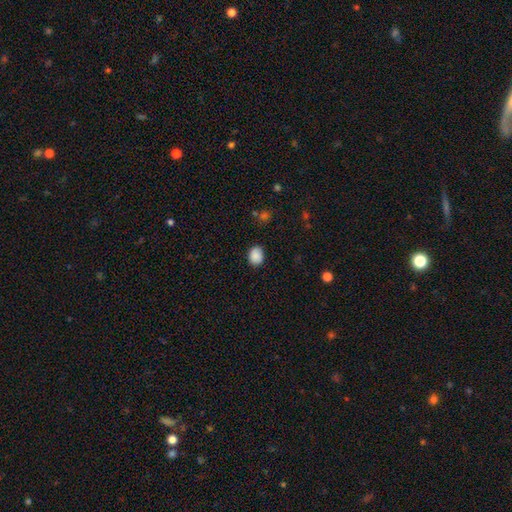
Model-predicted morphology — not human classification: smooth-or-featured: smooth: 88% | star or artifact: 8% | featured or disk: 3%
  how-rounded: in between: 50% | round: 49% | cigar-shaped: 1%
  merging: none: 84% | minor disturbance: 12% | major disturbance: 3% | merger: 1%